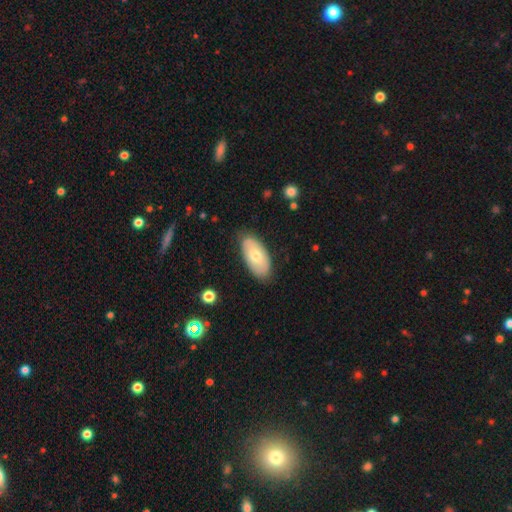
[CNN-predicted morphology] This is likely a smooth galaxy (64%). How rounded: clearly in between (94%). Merging: clearly none (80%).